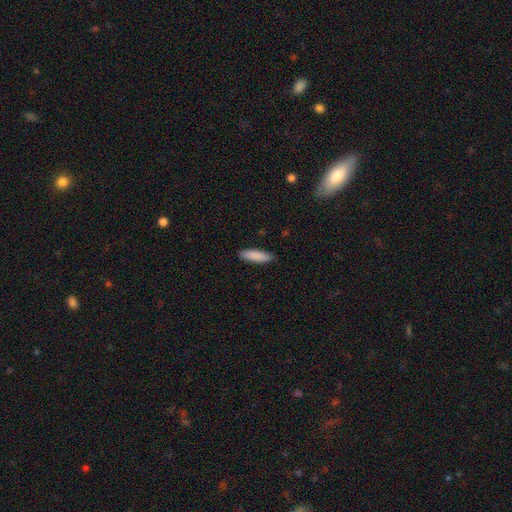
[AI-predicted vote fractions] Morphology: type=smooth (89%); roundness=cigar-shaped (61%); merging=none (88%).